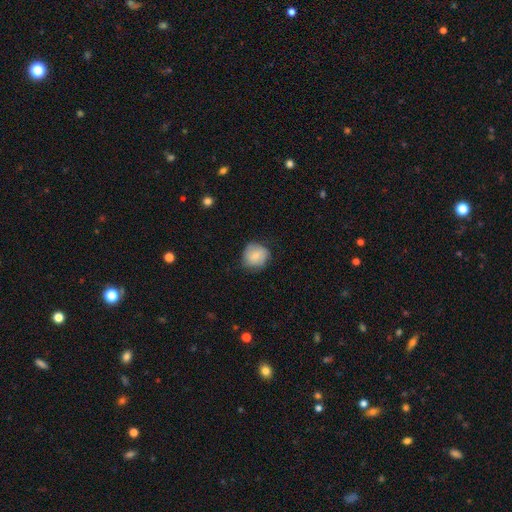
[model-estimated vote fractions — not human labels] Overall: smooth (74%). How rounded: round (87%). Merging: none (72%).